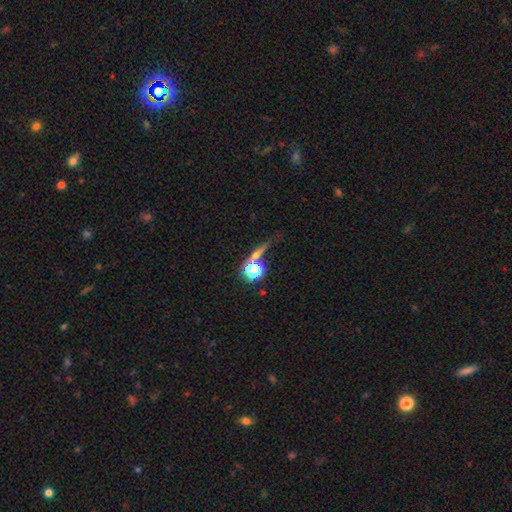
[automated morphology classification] This appears to be a smooth galaxy with no disk features (49%). Merging: none (54%).